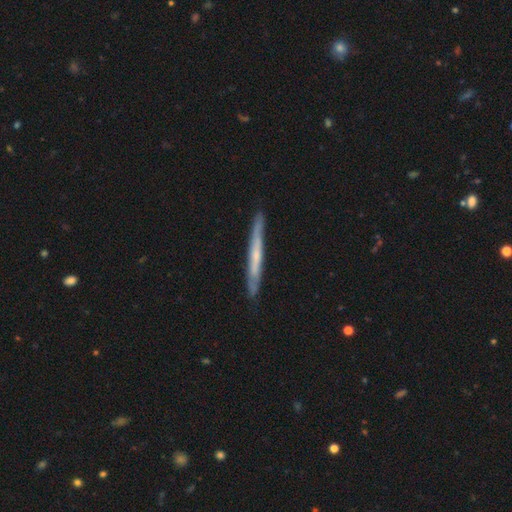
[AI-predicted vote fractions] Smooth or featured? featured or disk (55%)
Edge-on disk? yes (92%)
Edge-on bulge? none (74%)
Merging? none (86%)